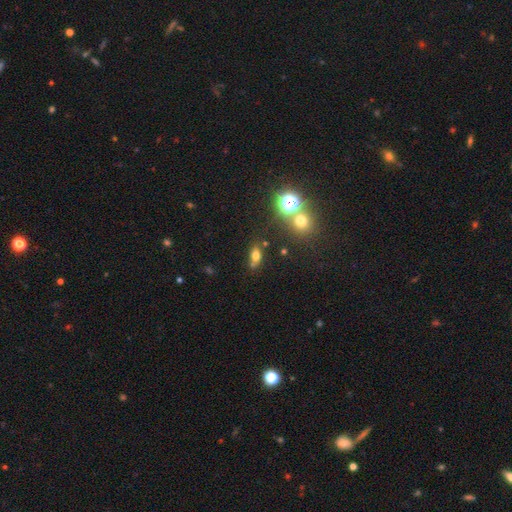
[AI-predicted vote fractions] Q: Smooth or featured?
A: smooth (67%); runner-up: star or artifact (21%)
Q: How rounded?
A: in between (72%); runner-up: round (22%)
Q: Merging?
A: none (62%); runner-up: merger (18%)